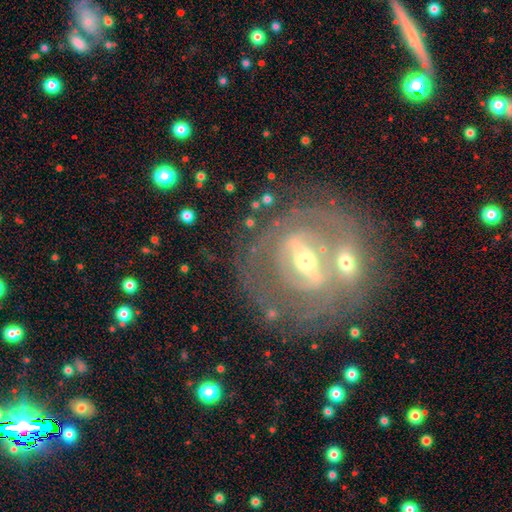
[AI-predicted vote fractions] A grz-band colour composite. It shows a featured or disk galaxy (82%) with a strong bar (63%), spiral arms (56%) and a moderate central bulge (51%). Merging: none (59%).